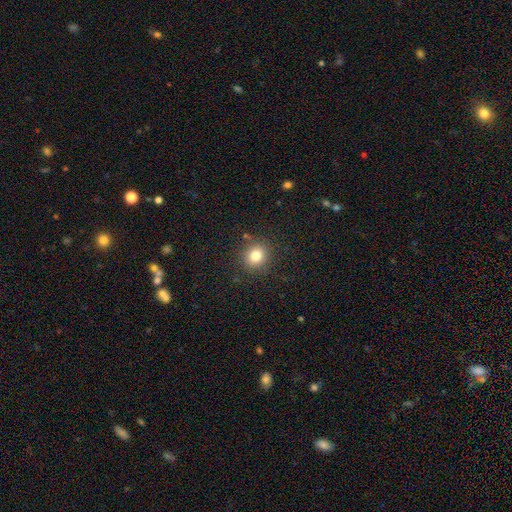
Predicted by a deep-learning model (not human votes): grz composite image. It shows a smooth galaxy with no disk features (81%) that is round (81%). Merging: none (86%).